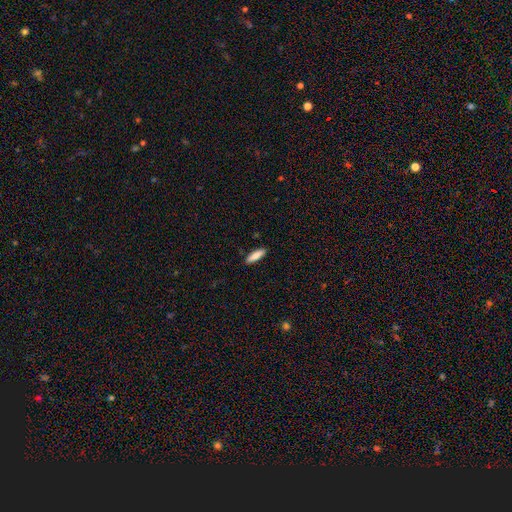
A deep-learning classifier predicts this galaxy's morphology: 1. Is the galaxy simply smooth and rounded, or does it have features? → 85% smooth, 9% featured or disk, 6% star or artifact.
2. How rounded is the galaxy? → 67% cigar-shaped, 32% in between, 2% round.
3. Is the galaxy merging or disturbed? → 89% none, 8% minor disturbance, 2% major disturbance, 1% merger.